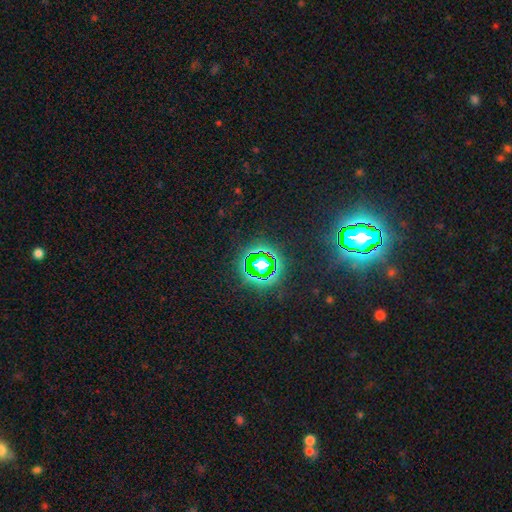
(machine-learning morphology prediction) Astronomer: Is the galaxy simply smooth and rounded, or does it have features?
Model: star or artifact — 81%.